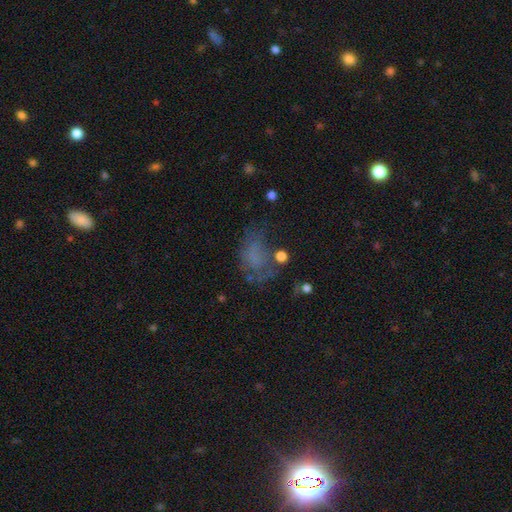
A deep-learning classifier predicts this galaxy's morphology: This is marginally a smooth galaxy (44%). Merging: marginally major disturbance (36%, tied with none).